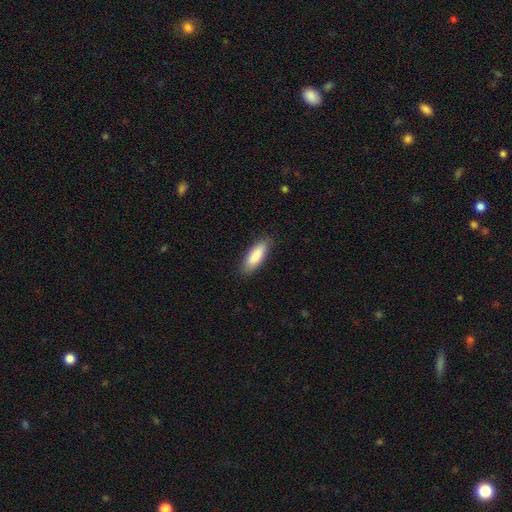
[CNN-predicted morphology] Smooth or featured: smooth — 87% (featured or disk — 7%)
How rounded: in between — 61% (cigar-shaped — 37%)
Merging: none — 86% (minor disturbance — 10%)